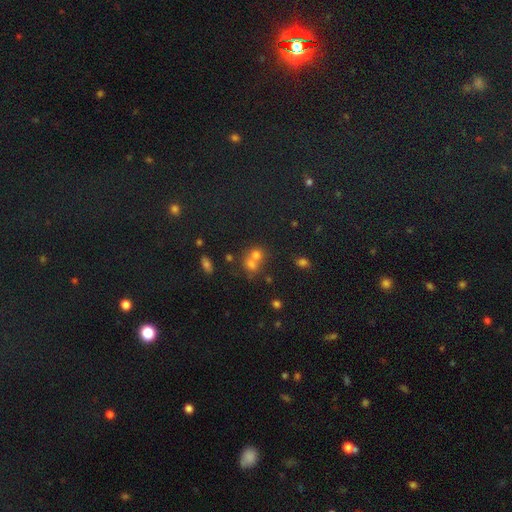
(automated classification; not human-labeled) Morphology: type=smooth (64%); roundness=round (73%); merging=merger (58%).